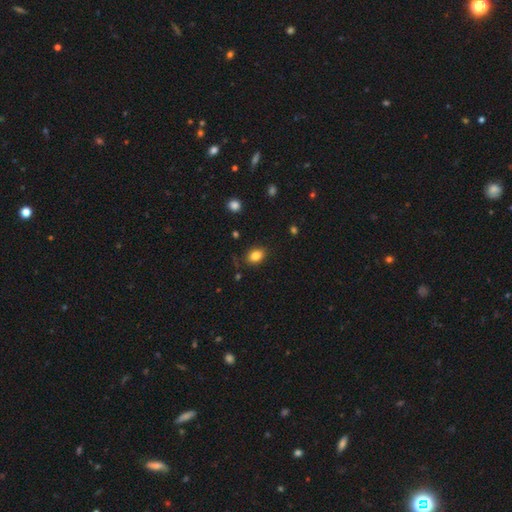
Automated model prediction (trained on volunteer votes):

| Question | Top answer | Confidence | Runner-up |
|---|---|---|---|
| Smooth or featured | smooth | 83% | star or artifact (10%) |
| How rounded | in between | 72% | round (27%) |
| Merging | none | 84% | minor disturbance (11%) |